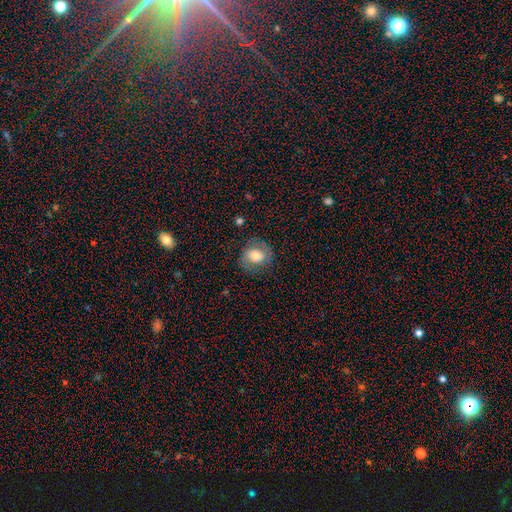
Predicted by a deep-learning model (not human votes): The model was most divided on "how rounded": round: 64%, in between: 34%, cigar-shaped: 1%. More confident: merging — none (75%); smooth or featured — smooth (62%).